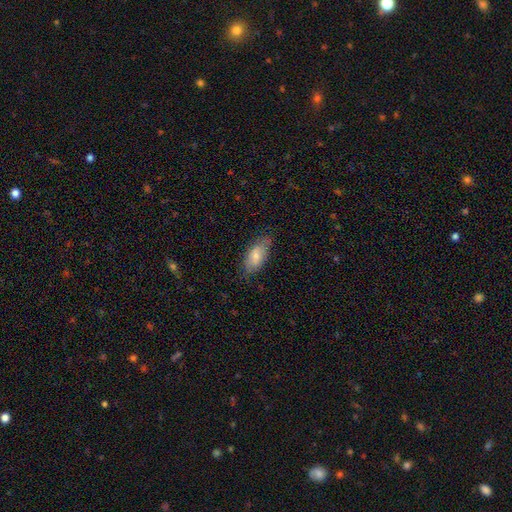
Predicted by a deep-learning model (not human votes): A smooth galaxy with no disk features (75%) that is in between round and cigar-shaped (89%). Merging: none (68%).